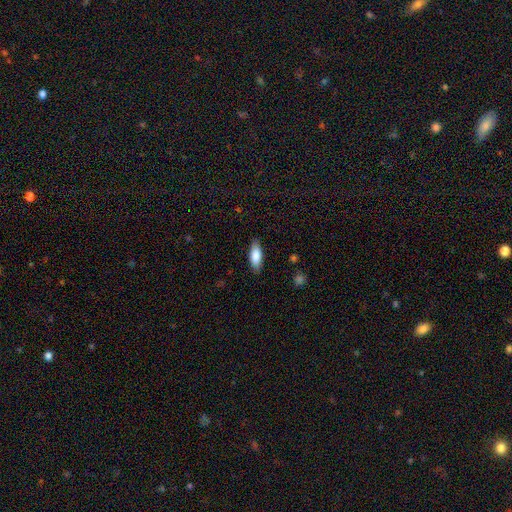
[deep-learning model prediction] The model was most divided on "how rounded": in between: 71%, cigar-shaped: 27%, round: 2%. More confident: merging — none (86%); smooth or featured — smooth (82%).